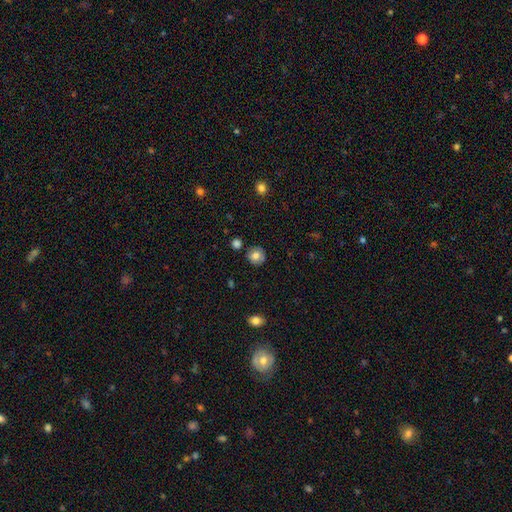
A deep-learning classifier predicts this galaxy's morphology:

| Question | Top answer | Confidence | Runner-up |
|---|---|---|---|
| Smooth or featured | smooth | 76% | featured or disk (14%) |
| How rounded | round | 90% | in between (9%) |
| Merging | none | 84% | minor disturbance (10%) |